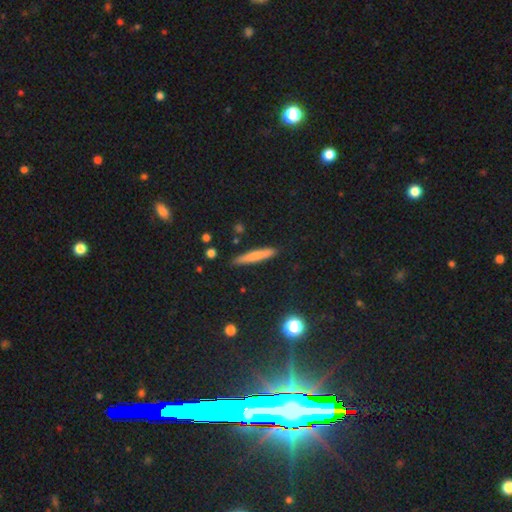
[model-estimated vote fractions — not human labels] Smooth or featured?
  - smooth: 70% *
  - featured or disk: 22%
  - star or artifact: 8%
How rounded?
  - cigar-shaped: 92% *
  - in between: 6%
  - round: 2%
Merging?
  - none: 87% *
  - minor disturbance: 9%
  - major disturbance: 2%
  - merger: 2%